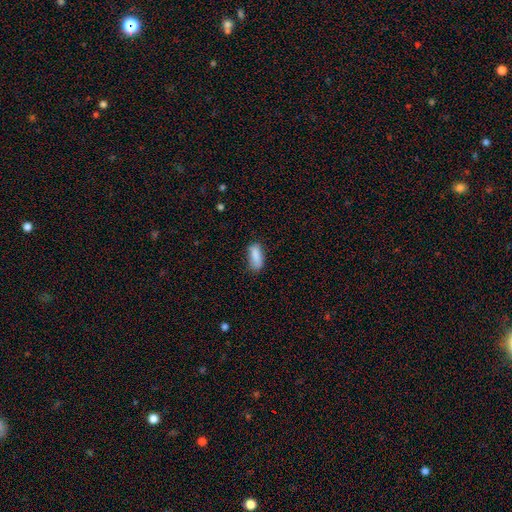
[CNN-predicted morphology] Overall: smooth (86%). How rounded: in between (81%). Merging: none (65%; minor disturbance 27%).